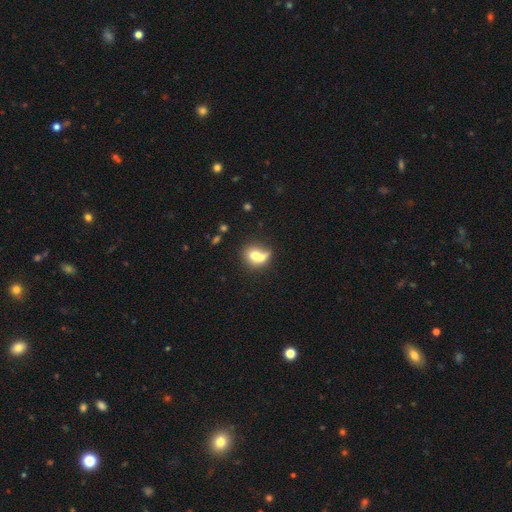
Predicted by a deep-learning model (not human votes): This is likely a smooth galaxy (67%). How rounded: likely round (60%). Merging: possibly merger (51%).